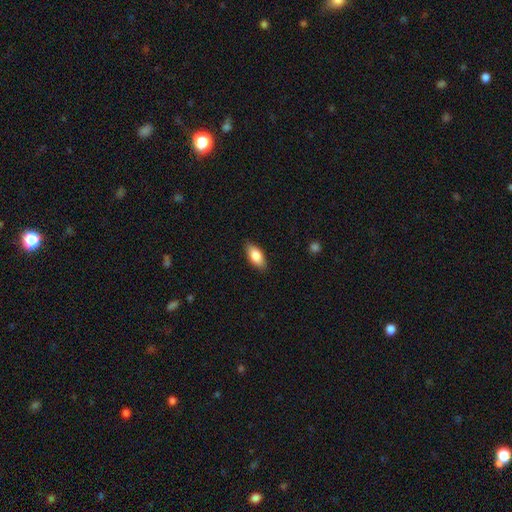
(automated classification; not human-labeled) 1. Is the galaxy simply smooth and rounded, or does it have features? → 81% smooth, 12% featured or disk, 6% star or artifact.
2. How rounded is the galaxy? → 88% in between, 9% cigar-shaped, 3% round.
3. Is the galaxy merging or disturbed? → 87% none, 10% minor disturbance, 2% major disturbance, 1% merger.